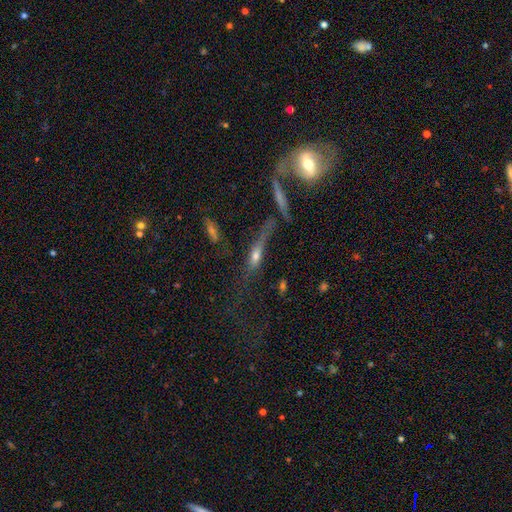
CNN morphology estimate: Smooth or featured? smooth (43%)
Merging? none (42%)